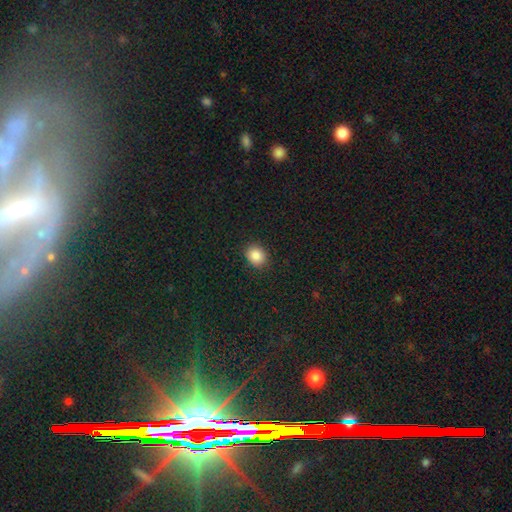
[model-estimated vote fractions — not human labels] Q: Smooth or featured?
A: smooth (87%); runner-up: star or artifact (10%)
Q: How rounded?
A: round (71%); runner-up: in between (28%)
Q: Merging?
A: none (89%); runner-up: minor disturbance (8%)